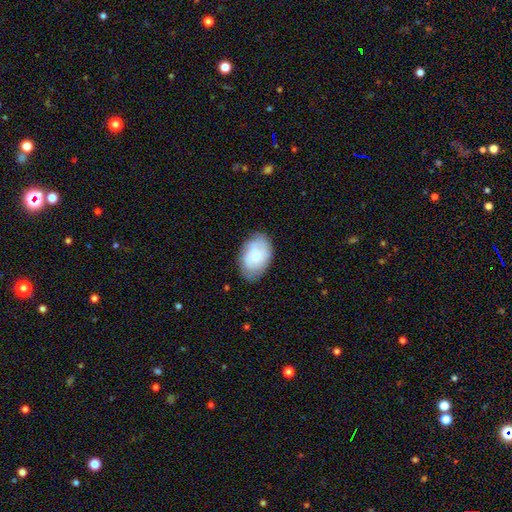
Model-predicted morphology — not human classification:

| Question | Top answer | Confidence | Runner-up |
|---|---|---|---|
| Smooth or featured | smooth | 63% | featured or disk (30%) |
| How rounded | in between | 87% | round (12%) |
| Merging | none | 75% | minor disturbance (20%) |